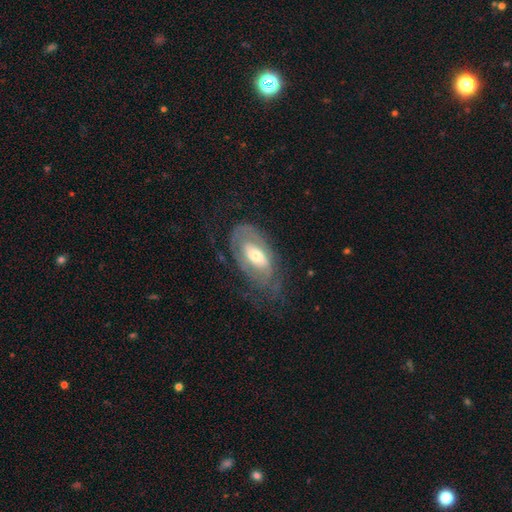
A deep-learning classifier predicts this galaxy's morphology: Q: Smooth or featured?
A: featured or disk (71%); runner-up: smooth (23%)
Q: Edge-on disk?
A: no (91%); runner-up: yes (9%)
Q: Bar?
A: no (49%); runner-up: weak (37%)
Q: Spiral arms?
A: yes (70%); runner-up: no (30%)
Q: Bulge size?
A: moderate (65%); runner-up: small (19%)
Q: Merging?
A: none (55%); runner-up: minor disturbance (24%)